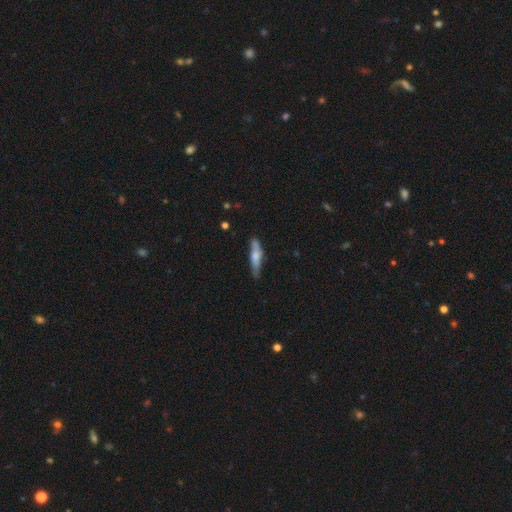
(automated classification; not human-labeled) This is possibly a smooth galaxy (56%). How rounded: likely cigar-shaped (77%). Merging: likely none (67%).